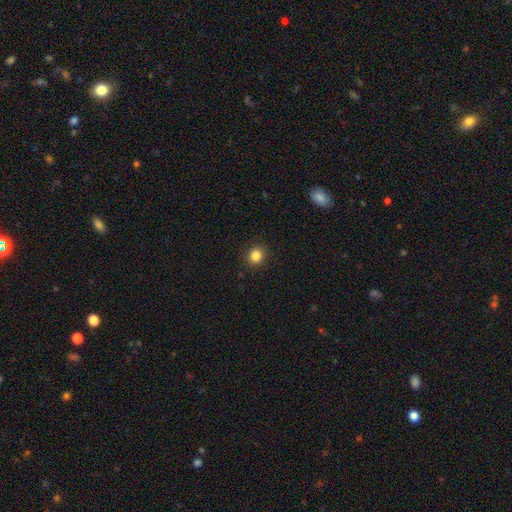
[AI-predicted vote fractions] The model was most divided on "smooth or featured": smooth: 85%, star or artifact: 11%, featured or disk: 4%. More confident: merging — none (91%); how rounded — round (89%).